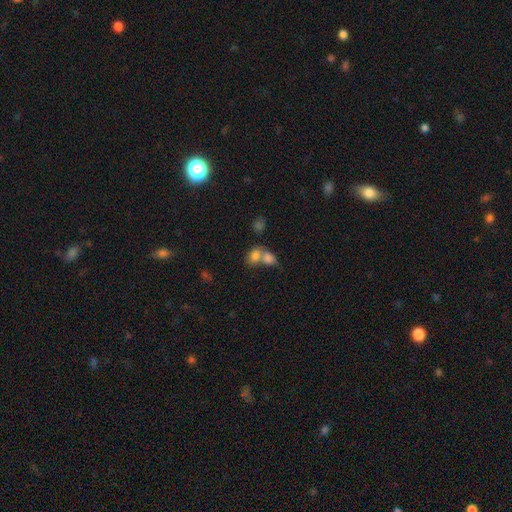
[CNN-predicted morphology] Smooth or featured?
  - smooth: 79% *
  - featured or disk: 11%
  - star or artifact: 11%
How rounded?
  - in between: 66% *
  - round: 32%
  - cigar-shaped: 2%
Merging?
  - merger: 62% *
  - none: 26%
  - minor disturbance: 7%
  - major disturbance: 4%